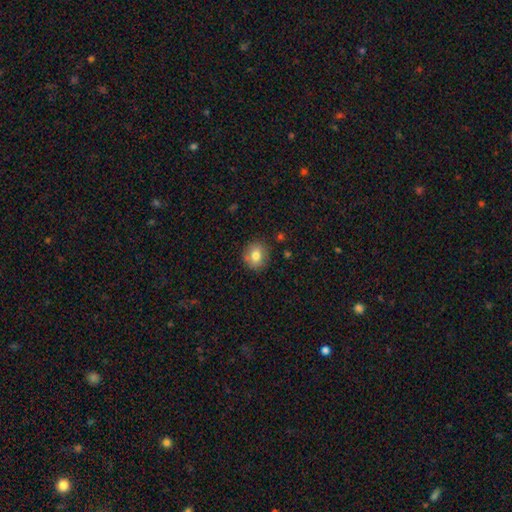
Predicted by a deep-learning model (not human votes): Overall: smooth (78%). How rounded: round (78%). Merging: none (85%).